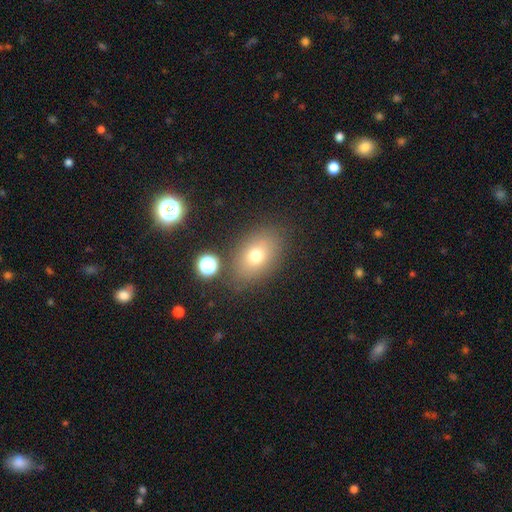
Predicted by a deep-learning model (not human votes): Smooth or featured? smooth (72%)
How rounded? in between (75%)
Merging? none (79%)